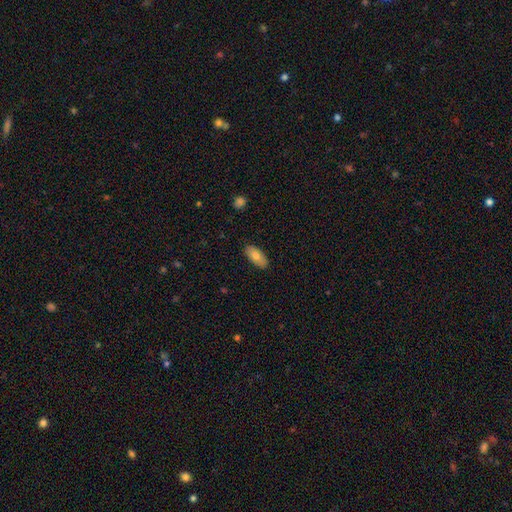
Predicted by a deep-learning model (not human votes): This appears to be a smooth galaxy with no disk features (78%) that is in between round and cigar-shaped (89%). Merging: none (88%).